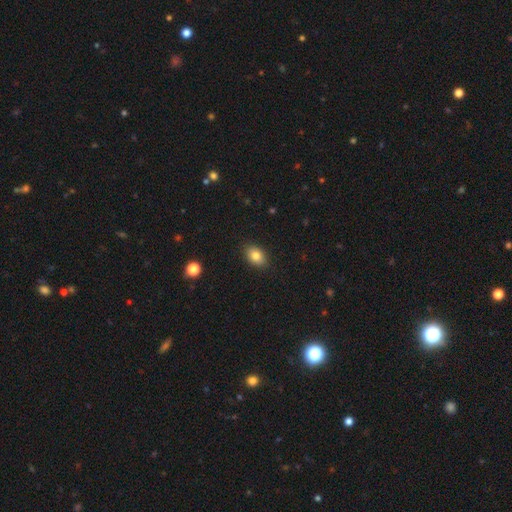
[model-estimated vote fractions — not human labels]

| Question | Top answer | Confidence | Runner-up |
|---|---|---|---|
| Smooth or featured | smooth | 83% | star or artifact (9%) |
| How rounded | in between | 83% | round (16%) |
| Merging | none | 88% | minor disturbance (9%) |